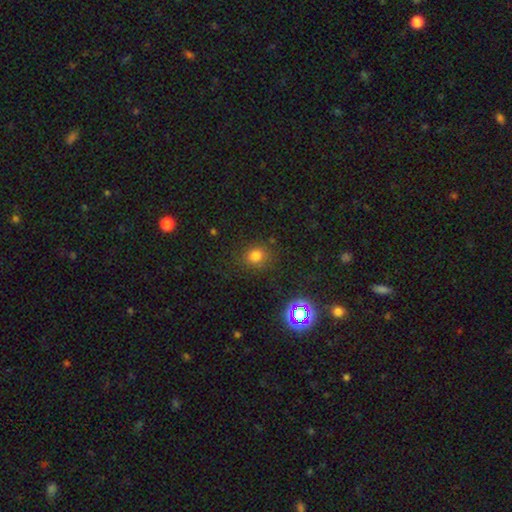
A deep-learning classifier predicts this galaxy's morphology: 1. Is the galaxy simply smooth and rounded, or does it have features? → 73% smooth, 20% star or artifact, 7% featured or disk.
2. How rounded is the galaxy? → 75% round, 23% in between, 1% cigar-shaped.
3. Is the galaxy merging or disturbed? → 81% none, 12% minor disturbance, 5% major disturbance, 3% merger.